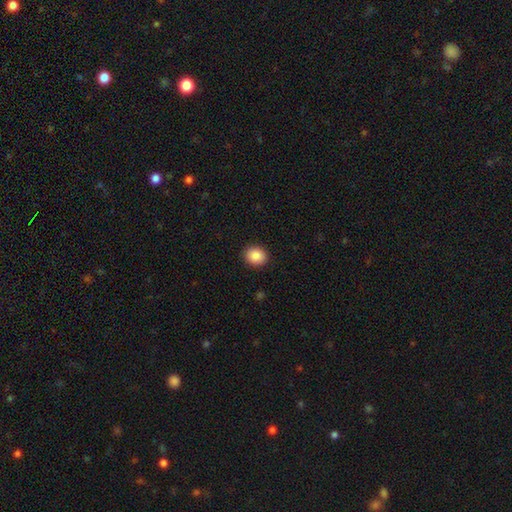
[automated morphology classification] This is clearly a smooth galaxy (88%). How rounded: possibly round (59%). Merging: clearly none (90%).